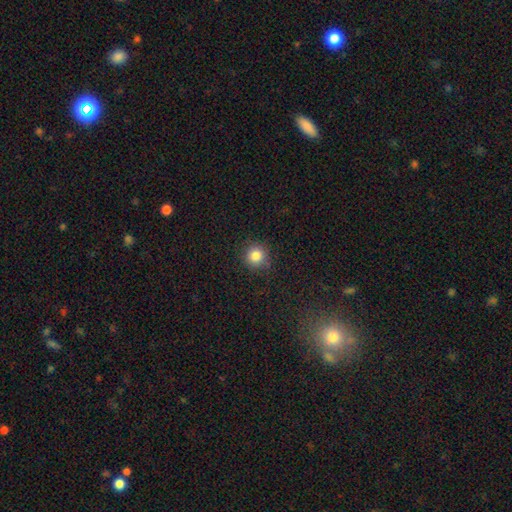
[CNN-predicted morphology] Smooth or featured? smooth (83%)
How rounded? round (93%)
Merging? none (86%)